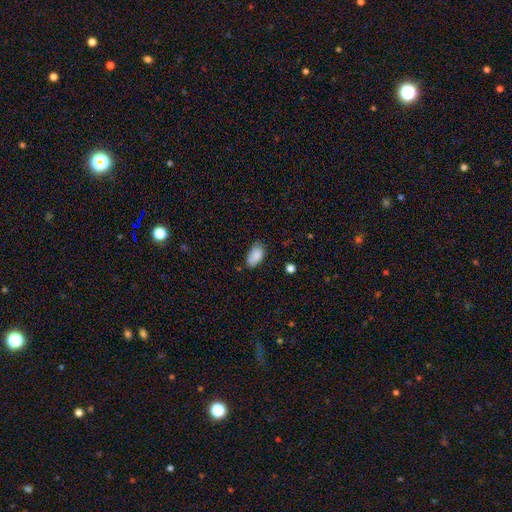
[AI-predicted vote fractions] smooth-or-featured: smooth: 87% | star or artifact: 7% | featured or disk: 6%
  how-rounded: in between: 93% | round: 4% | cigar-shaped: 3%
  merging: none: 66% | minor disturbance: 27% | major disturbance: 5% | merger: 2%